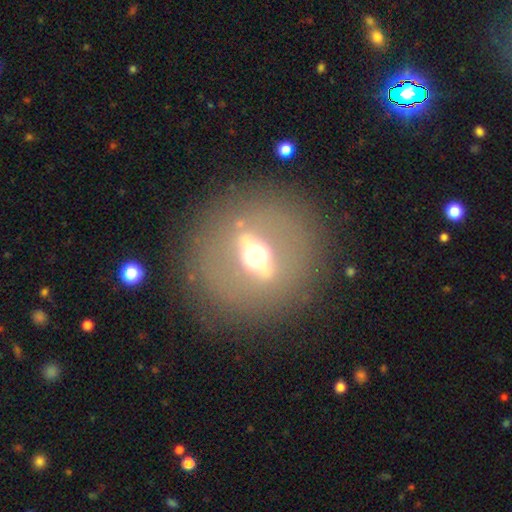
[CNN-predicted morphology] Smooth or featured?
  - featured or disk: 67% *
  - smooth: 20%
  - star or artifact: 13%
Edge-on disk?
  - yes: 55% *
  - no: 45%
Merging?
  - none: 84% *
  - minor disturbance: 8%
  - major disturbance: 6%
  - merger: 2%